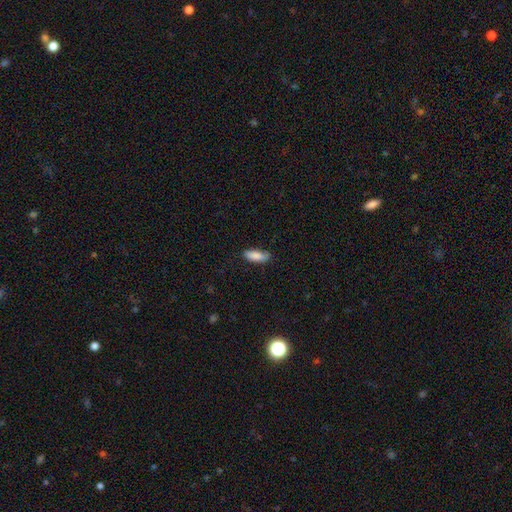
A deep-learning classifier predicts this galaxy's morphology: type=smooth (85%); roundness=in between (69%); merging=none (75%).